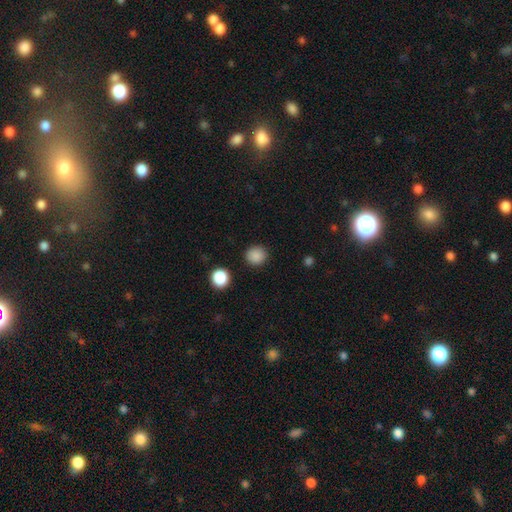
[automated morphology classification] Smooth or featured? Predicted: smooth (p=0.87). How rounded? Predicted: round (p=0.90). Merging? Predicted: none (p=0.90).